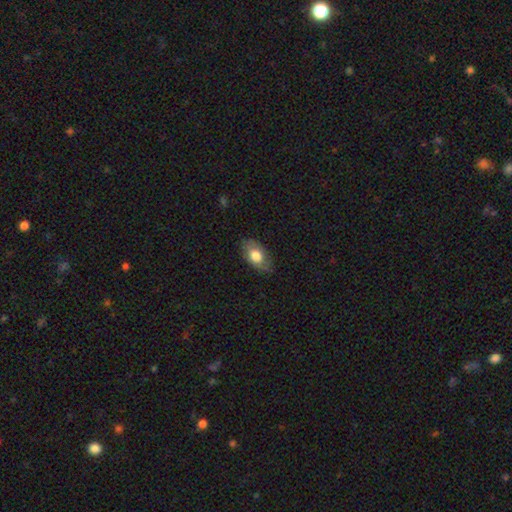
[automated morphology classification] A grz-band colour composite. It shows a smooth galaxy with no disk features (71%) that is in between round and cigar-shaped (90%). Merging: none (76%).